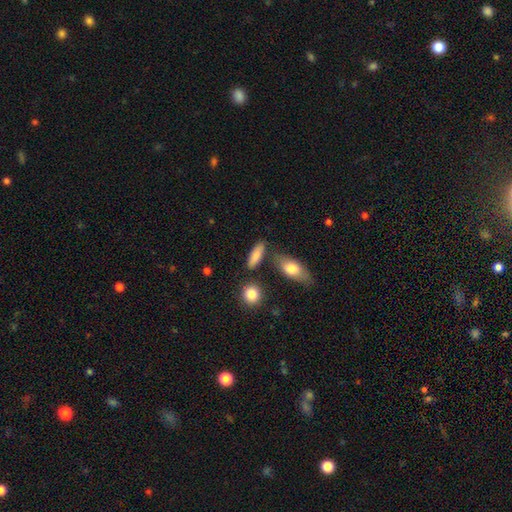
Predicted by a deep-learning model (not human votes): A smooth galaxy with no disk features (82%) that is in between round and cigar-shaped (59%).

Vote fractions:
- Smooth or featured? smooth: 82% / featured or disk: 11% / star or artifact: 7%
- How rounded? in between: 59% / cigar-shaped: 35% / round: 6%
- Merging? none: 74% / minor disturbance: 14% / merger: 8% / major disturbance: 4%